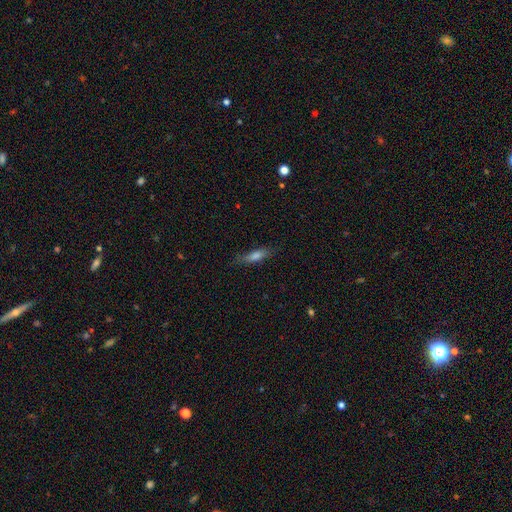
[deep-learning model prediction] Smooth or featured? smooth (59%)
How rounded? cigar-shaped (72%)
Merging? none (79%)